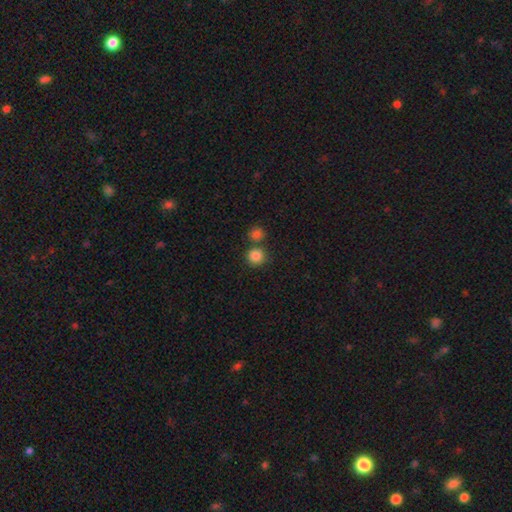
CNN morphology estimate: smooth-or-featured: smooth: 85% | star or artifact: 10% | featured or disk: 5%
  how-rounded: round: 92% | in between: 7% | cigar-shaped: 1%
  merging: none: 68% | merger: 21% | minor disturbance: 8% | major disturbance: 3%